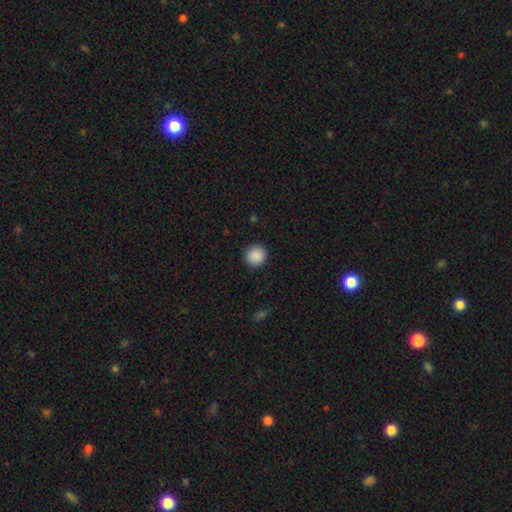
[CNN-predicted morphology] Smooth or featured: smooth — 90% (star or artifact — 8%)
How rounded: round — 94% (in between — 5%)
Merging: none — 92% (minor disturbance — 6%)